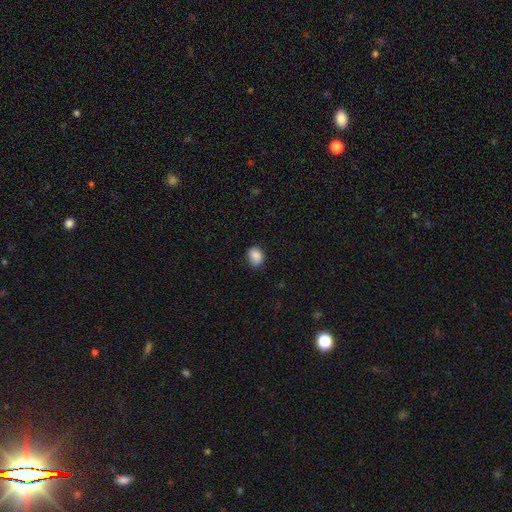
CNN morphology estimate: Smooth or featured?
  - smooth: 87% *
  - star or artifact: 8%
  - featured or disk: 4%
How rounded?
  - in between: 56% *
  - round: 43%
  - cigar-shaped: 1%
Merging?
  - none: 75% *
  - minor disturbance: 20%
  - major disturbance: 4%
  - merger: 1%